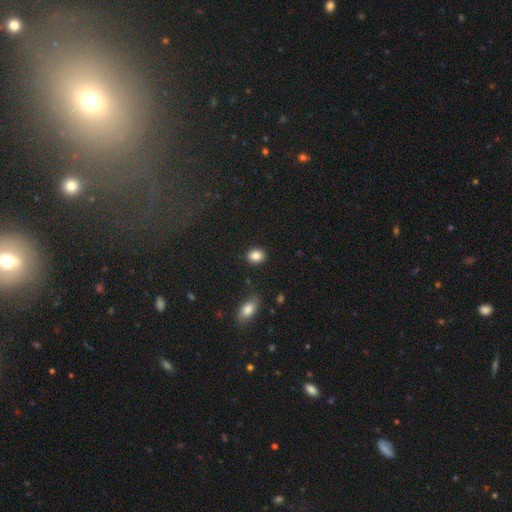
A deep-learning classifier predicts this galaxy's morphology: Smooth or featured: smooth — 87% (star or artifact — 9%)
How rounded: round — 57% (in between — 42%)
Merging: none — 88% (minor disturbance — 8%)